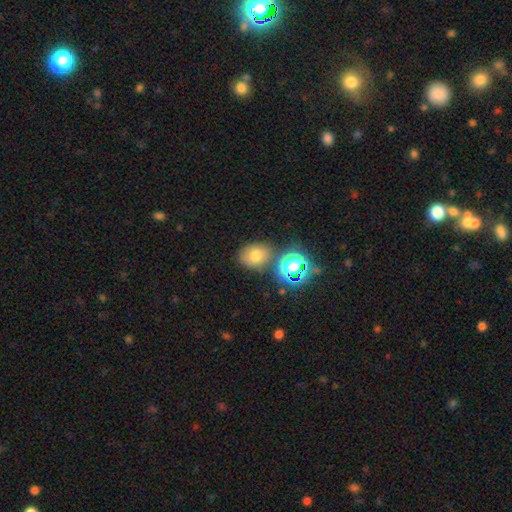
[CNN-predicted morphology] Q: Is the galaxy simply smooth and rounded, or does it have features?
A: smooth — 69%.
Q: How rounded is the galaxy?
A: in between — 53%.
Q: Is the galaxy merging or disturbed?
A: none — 70%.